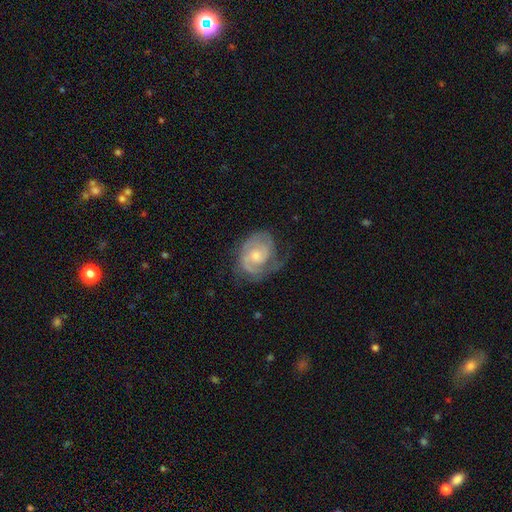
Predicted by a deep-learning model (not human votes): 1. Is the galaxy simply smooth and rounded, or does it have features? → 81% featured or disk, 14% smooth, 5% star or artifact.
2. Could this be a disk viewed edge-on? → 97% no, 3% yes.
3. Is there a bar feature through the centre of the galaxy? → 68% no, 28% weak, 4% strong.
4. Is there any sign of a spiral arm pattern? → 94% yes, 6% no.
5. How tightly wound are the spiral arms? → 54% tight, 35% medium, 11% loose.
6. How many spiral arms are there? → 57% 2, 18% can't tell, 12% 1, 9% 3, 2% 4, 2% more than 4.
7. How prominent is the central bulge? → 48% moderate, 44% small, 3% large, 3% none, 1% dominant.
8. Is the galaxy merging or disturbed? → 59% none, 25% minor disturbance, 15% major disturbance, 1% merger.